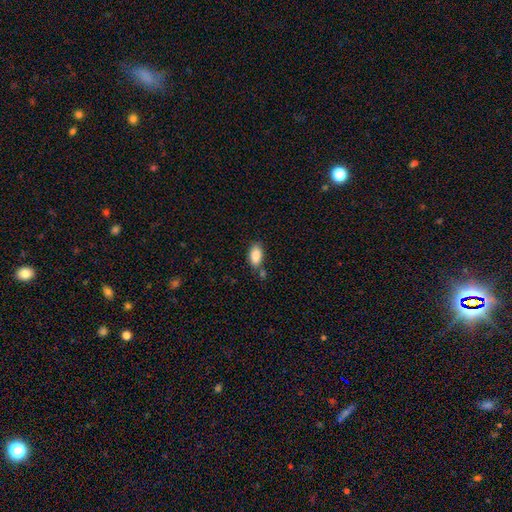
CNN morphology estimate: type=smooth (87%); roundness=in between (92%); merging=none (65%).